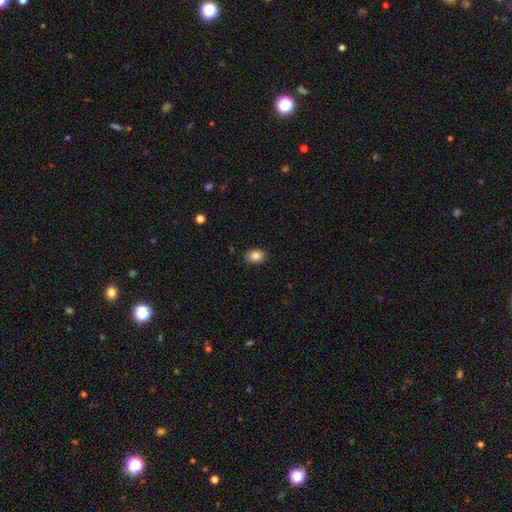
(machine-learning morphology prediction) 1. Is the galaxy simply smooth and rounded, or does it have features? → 87% smooth, 9% star or artifact, 5% featured or disk.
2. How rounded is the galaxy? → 71% in between, 28% round, 1% cigar-shaped.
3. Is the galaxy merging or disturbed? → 86% none, 11% minor disturbance, 2% major disturbance, 1% merger.